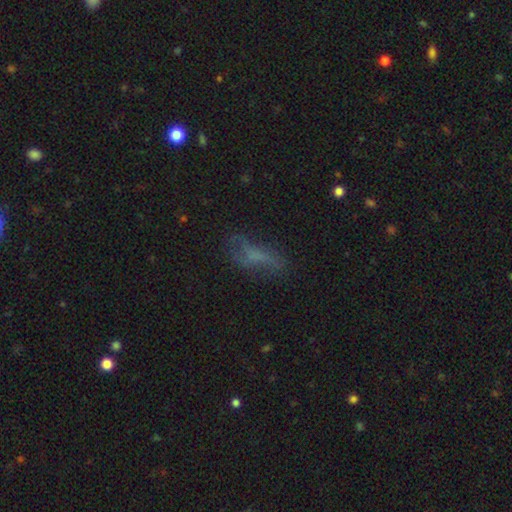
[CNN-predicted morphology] smooth_or_featured: smooth (p=0.50) [alt: featured or disk p=0.33]
merging: none (p=0.50) [alt: minor disturbance p=0.24]